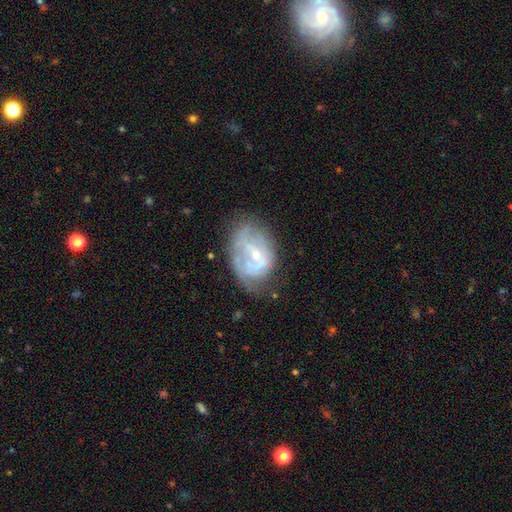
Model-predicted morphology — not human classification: Overall: featured or disk (70%). Edge-on disk: no (96%). Bar: no (49%; weak 38%). Spiral arms: yes (65%; no 35%). Bulge size: small (65%; moderate 30%). Merging: none (50%; minor disturbance 29%).